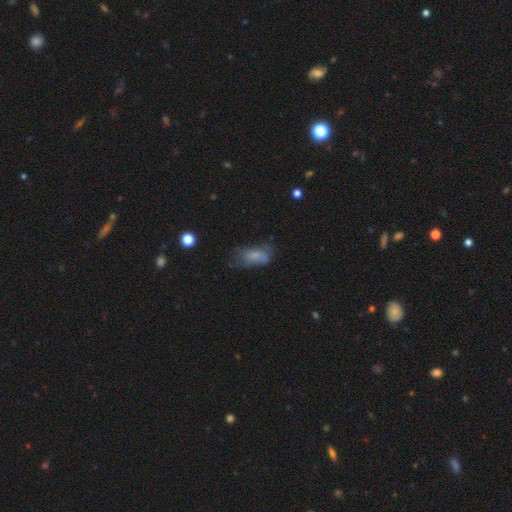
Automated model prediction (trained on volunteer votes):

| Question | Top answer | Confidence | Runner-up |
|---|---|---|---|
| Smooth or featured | smooth | 60% | featured or disk (28%) |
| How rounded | in between | 85% | cigar-shaped (10%) |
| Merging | none | 36% | major disturbance (30%) |